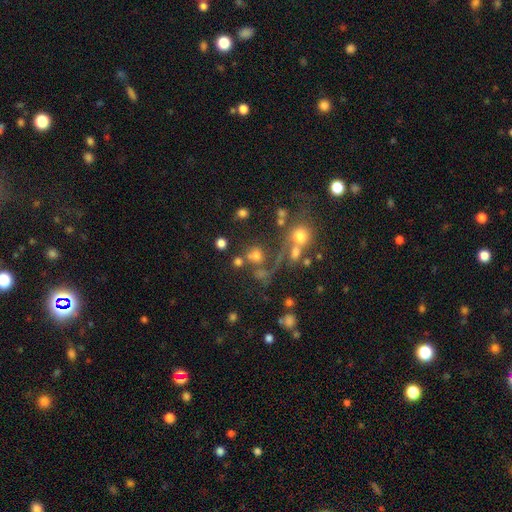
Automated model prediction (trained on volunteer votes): Smooth or featured? Predicted: smooth (p=0.64). How rounded? Predicted: round (p=0.84). Merging? Predicted: none (p=0.51).